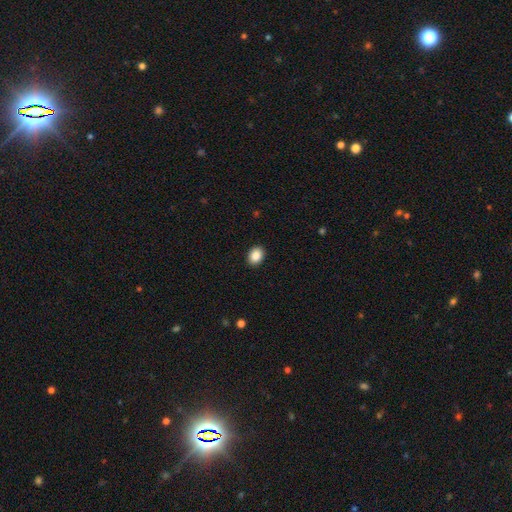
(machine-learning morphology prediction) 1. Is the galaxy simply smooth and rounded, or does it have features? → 88% smooth, 8% star or artifact, 3% featured or disk.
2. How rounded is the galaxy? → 64% in between, 35% round, 1% cigar-shaped.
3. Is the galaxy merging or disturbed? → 91% none, 6% minor disturbance, 2% major disturbance, 1% merger.